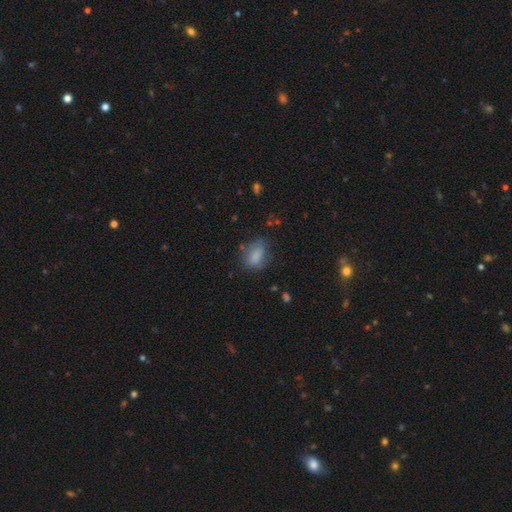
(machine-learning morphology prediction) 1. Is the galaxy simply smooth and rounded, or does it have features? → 81% smooth, 10% star or artifact, 9% featured or disk.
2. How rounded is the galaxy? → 80% in between, 17% round, 3% cigar-shaped.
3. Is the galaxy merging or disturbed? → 63% none, 25% minor disturbance, 10% major disturbance, 3% merger.